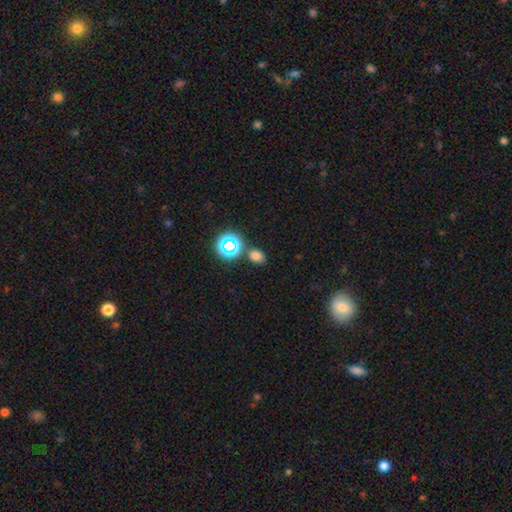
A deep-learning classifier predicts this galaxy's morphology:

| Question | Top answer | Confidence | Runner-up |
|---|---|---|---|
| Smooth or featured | smooth | 71% | star or artifact (23%) |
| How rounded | in between | 58% | round (40%) |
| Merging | none | 79% | minor disturbance (10%) |